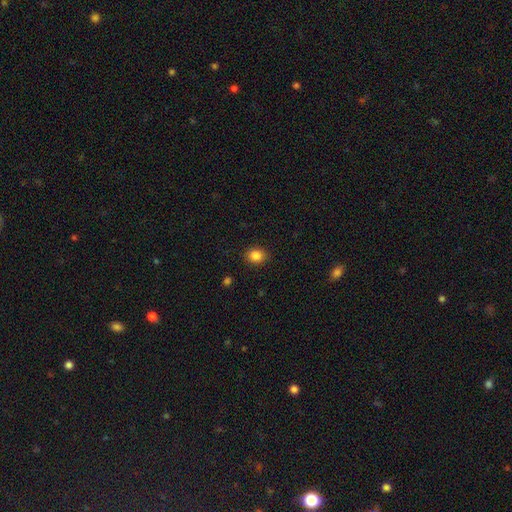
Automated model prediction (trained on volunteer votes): Morphology: type=smooth (85%); roundness=round (66%); merging=none (89%).